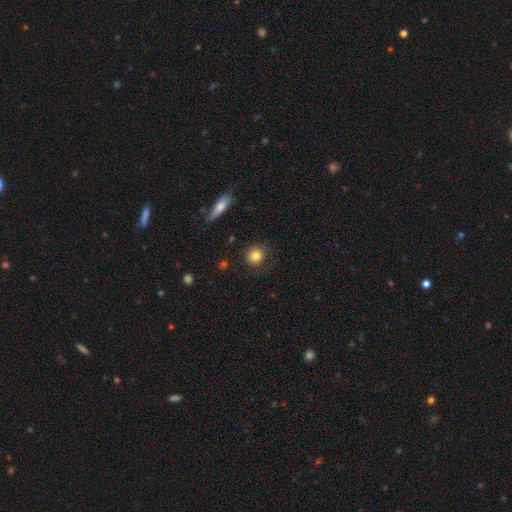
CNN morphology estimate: The model was most divided on "merging": none: 82%, minor disturbance: 12%, major disturbance: 4%, merger: 2%. More confident: how rounded — round (87%); smooth or featured — smooth (84%).